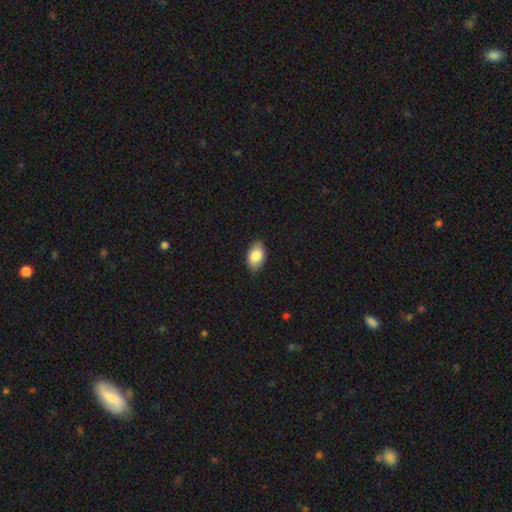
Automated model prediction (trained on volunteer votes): smooth_or_featured: smooth (p=0.86) [alt: featured or disk p=0.08]
how_rounded: in between (p=0.91) [alt: round p=0.07]
merging: none (p=0.85) [alt: minor disturbance p=0.12]